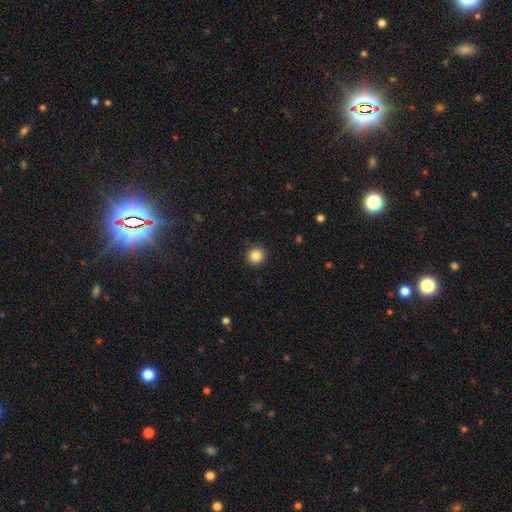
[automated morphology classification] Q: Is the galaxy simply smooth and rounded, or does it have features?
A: smooth — 85%.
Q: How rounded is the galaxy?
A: round — 93%.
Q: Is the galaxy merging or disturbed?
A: none — 92%.